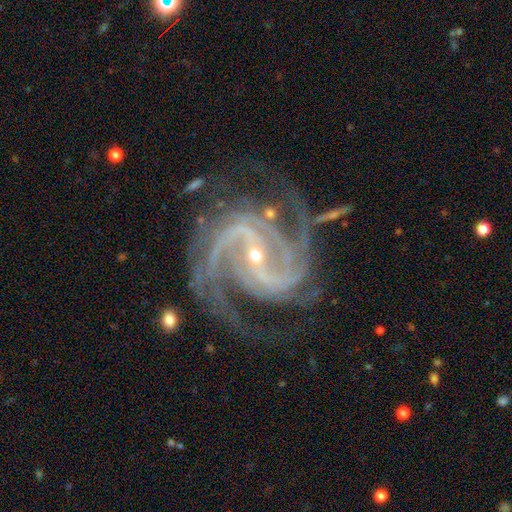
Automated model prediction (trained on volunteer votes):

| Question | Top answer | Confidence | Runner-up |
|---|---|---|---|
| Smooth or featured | featured or disk | 94% | star or artifact (5%) |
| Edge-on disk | no | 98% | yes (2%) |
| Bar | strong | 46% | weak (34%) |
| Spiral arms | yes | 99% | no (1%) |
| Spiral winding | medium | 52% | tight (39%) |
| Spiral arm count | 2 | 36% | 3 (24%) |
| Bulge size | small | 75% | moderate (22%) |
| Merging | none | 65% | minor disturbance (18%) |